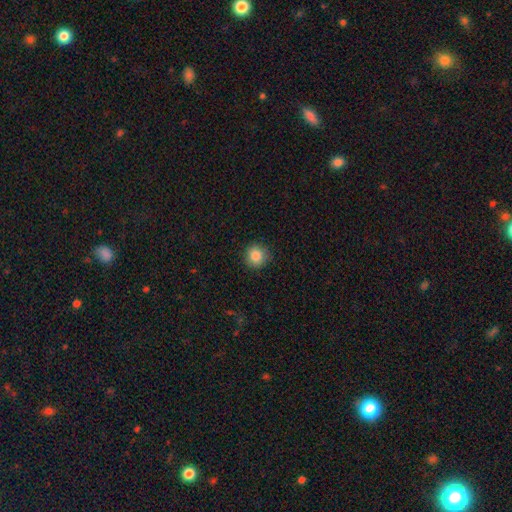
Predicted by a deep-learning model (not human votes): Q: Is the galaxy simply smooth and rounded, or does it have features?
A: smooth — 85%.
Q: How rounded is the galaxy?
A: round — 93%.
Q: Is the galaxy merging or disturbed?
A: none — 90%.